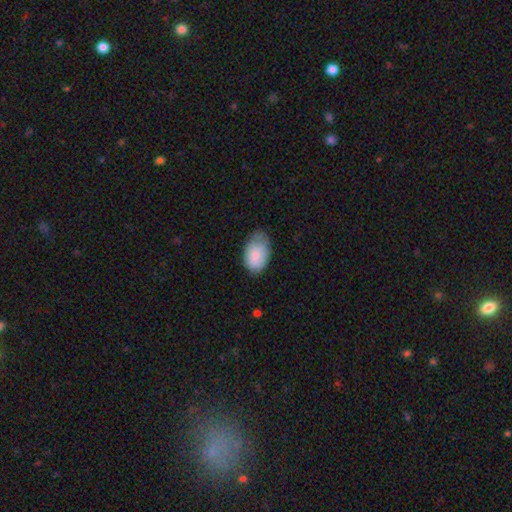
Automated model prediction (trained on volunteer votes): Smooth or featured? smooth (87%)
How rounded? in between (92%)
Merging? none (52%)